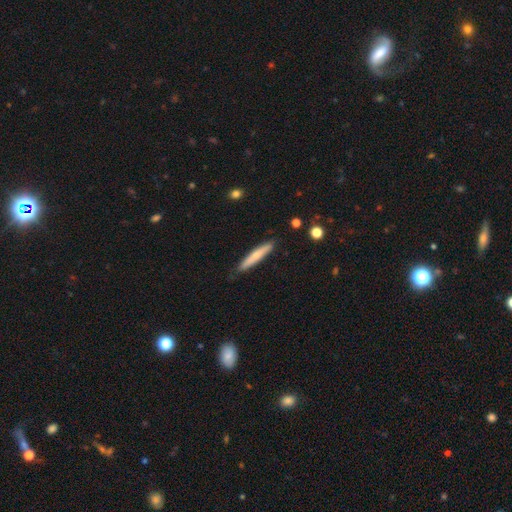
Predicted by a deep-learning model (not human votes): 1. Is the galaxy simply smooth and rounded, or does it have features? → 66% smooth, 28% featured or disk, 5% star or artifact.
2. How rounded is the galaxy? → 93% cigar-shaped, 6% in between, 1% round.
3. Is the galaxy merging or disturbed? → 85% none, 11% minor disturbance, 2% major disturbance, 1% merger.